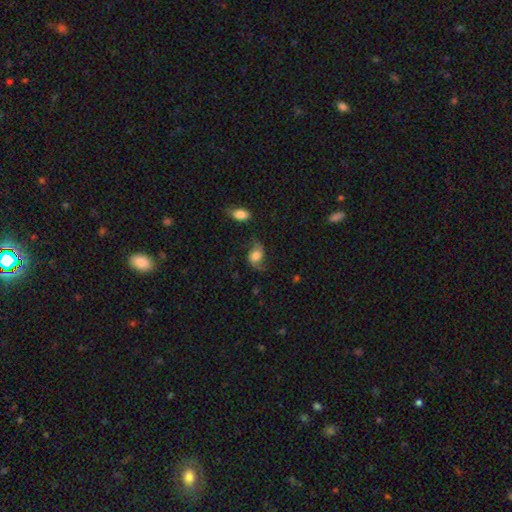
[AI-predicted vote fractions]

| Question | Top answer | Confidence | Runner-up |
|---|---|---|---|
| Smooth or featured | smooth | 49% | featured or disk (42%) |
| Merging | none | 55% | minor disturbance (26%) |